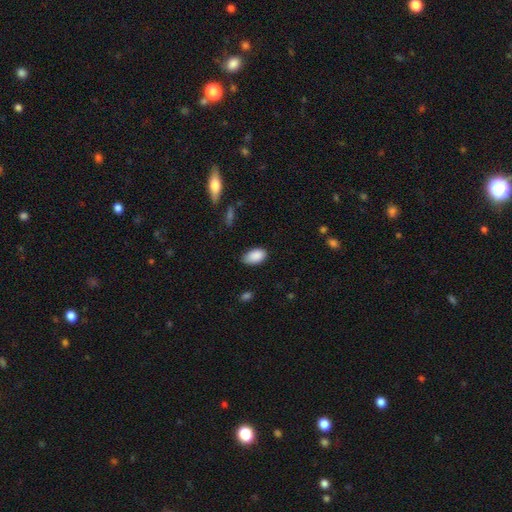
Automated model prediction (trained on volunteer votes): This is clearly a smooth galaxy (89%). How rounded: clearly in between (94%). Merging: likely none (76%).